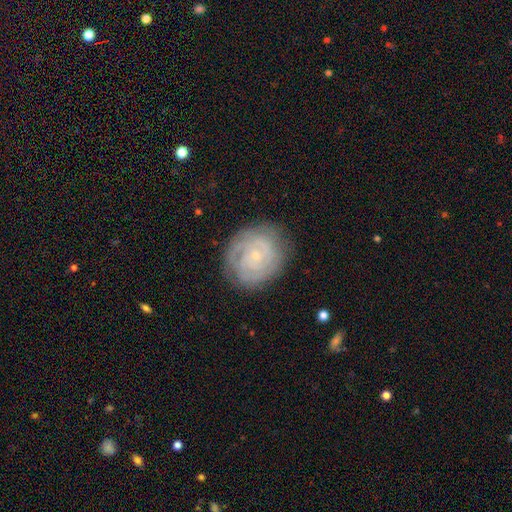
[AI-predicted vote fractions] Smooth or featured: featured or disk — 76% (smooth — 17%)
Edge-on disk: no — 98% (yes — 2%)
Bar: no — 76% (weak — 20%)
Spiral arms: yes — 93% (no — 7%)
Spiral winding: tight — 77% (medium — 19%)
Spiral arm count: can't tell — 34% (2 — 32%)
Bulge size: small — 81% (moderate — 14%)
Merging: none — 80% (minor disturbance — 14%)